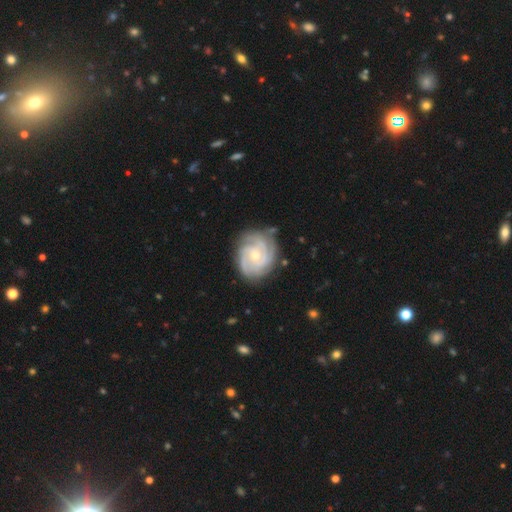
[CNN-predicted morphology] Q: Smooth or featured?
A: featured or disk (88%); runner-up: smooth (8%)
Q: Edge-on disk?
A: no (98%); runner-up: yes (2%)
Q: Bar?
A: no (68%); runner-up: weak (27%)
Q: Spiral arms?
A: yes (98%); runner-up: no (2%)
Q: Spiral winding?
A: tight (69%); runner-up: medium (27%)
Q: Spiral arm count?
A: 3 (36%); runner-up: 4 (21%)
Q: Bulge size?
A: small (61%); runner-up: moderate (35%)
Q: Merging?
A: none (75%); runner-up: minor disturbance (18%)